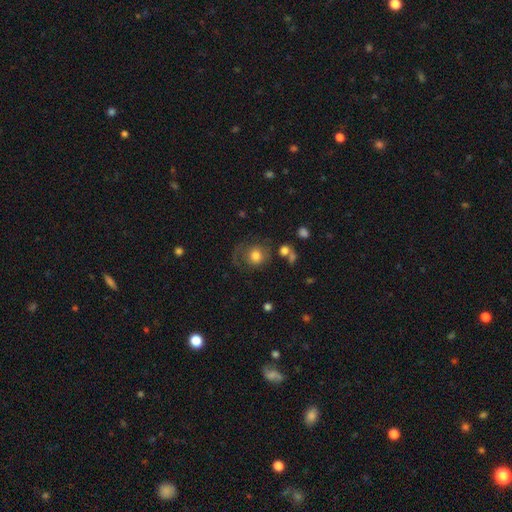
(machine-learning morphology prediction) This is likely a smooth galaxy (68%). How rounded: likely round (76%). Merging: possibly none (50%).